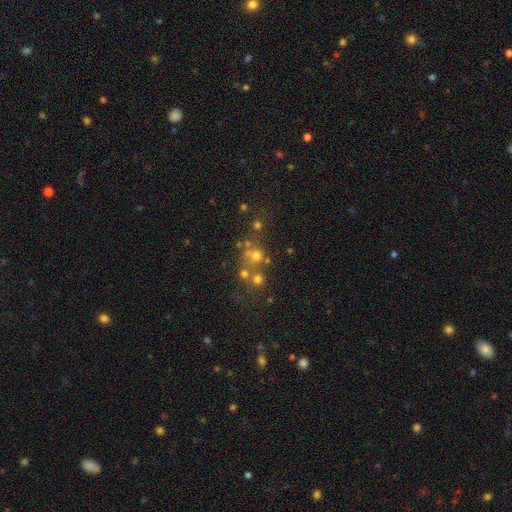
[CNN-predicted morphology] star or artifact 40% (tied), smooth 40% (tied), featured or disk 20%.